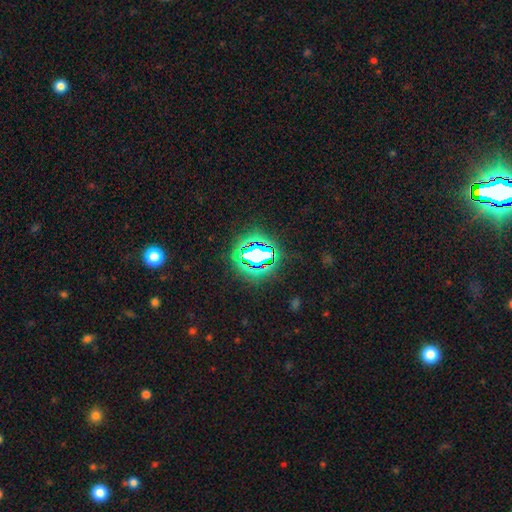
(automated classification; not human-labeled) Smooth or featured: star or artifact — 72% (smooth — 17%)